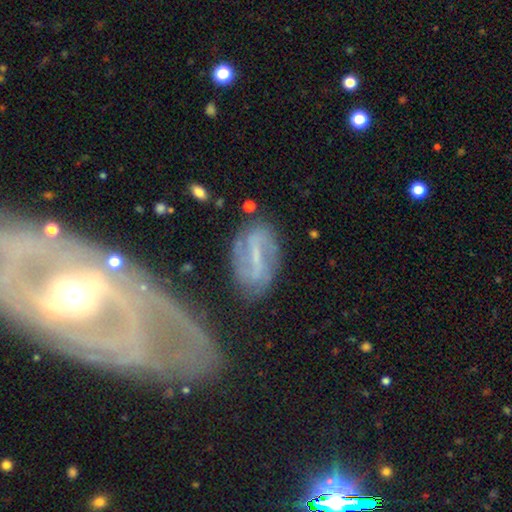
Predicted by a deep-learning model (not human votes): Smooth or featured: featured or disk — 76% (smooth — 17%)
Edge-on disk: no — 93% (yes — 7%)
Bar: strong — 57% (weak — 33%)
Spiral arms: yes — 85% (no — 15%)
Spiral winding: medium — 39% (loose — 34%)
Spiral arm count: 2 — 79% (can't tell — 13%)
Bulge size: small — 50% (none — 35%)
Merging: none — 71% (minor disturbance — 17%)